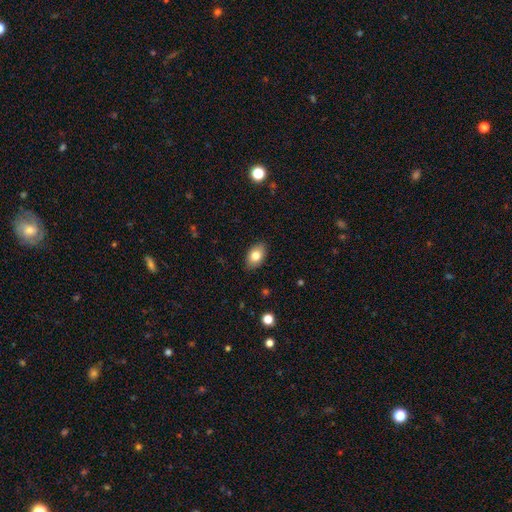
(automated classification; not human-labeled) The model was most divided on "smooth or featured": smooth: 80%, featured or disk: 12%, star or artifact: 8%. More confident: how rounded — in between (88%); merging — none (87%).